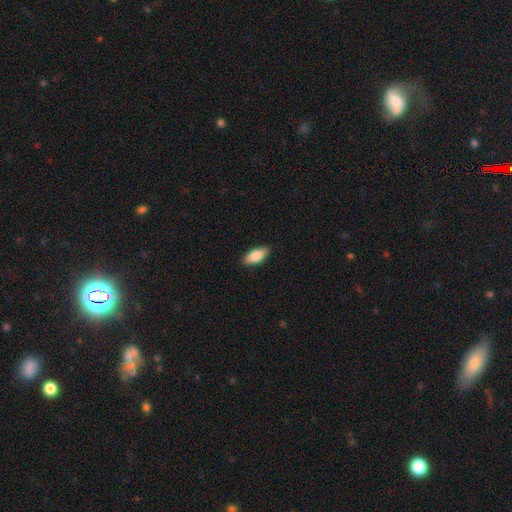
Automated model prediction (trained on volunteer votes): Morphology: type=smooth (85%); roundness=in between (87%); merging=none (88%).